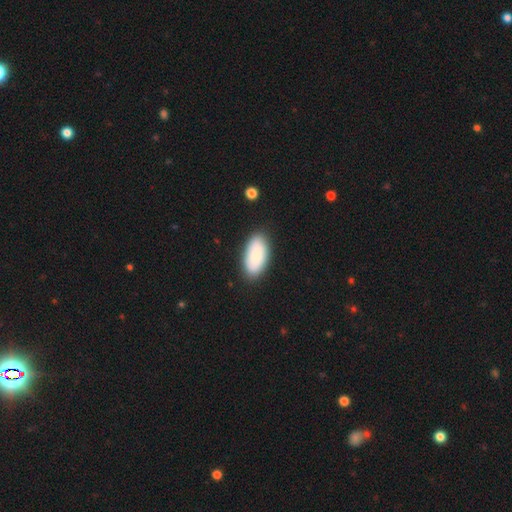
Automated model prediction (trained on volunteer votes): Morphology: type=smooth (85%); roundness=in between (93%); merging=none (85%).